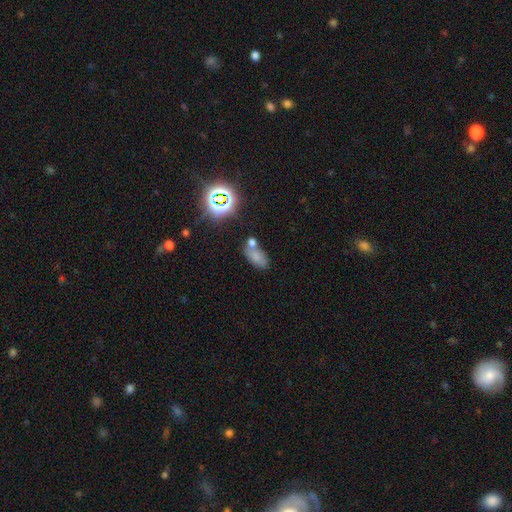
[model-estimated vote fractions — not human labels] Smooth or featured?
  - smooth: 67% *
  - star or artifact: 19%
  - featured or disk: 14%
How rounded?
  - in between: 87% *
  - round: 8%
  - cigar-shaped: 5%
Merging?
  - none: 44% *
  - merger: 30%
  - minor disturbance: 17%
  - major disturbance: 8%